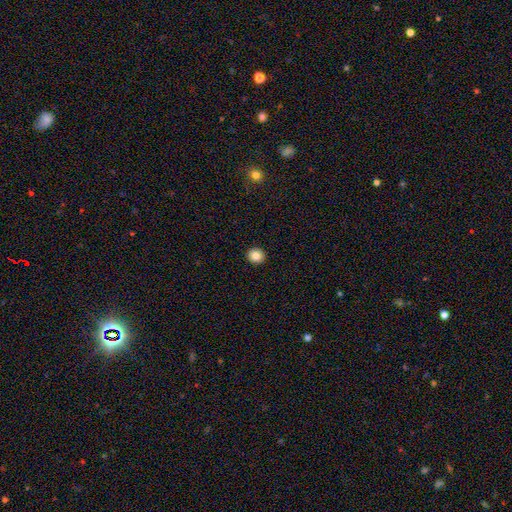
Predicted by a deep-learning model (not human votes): Smooth or featured?
  - smooth: 85% *
  - star or artifact: 10%
  - featured or disk: 5%
How rounded?
  - round: 87% *
  - in between: 12%
  - cigar-shaped: 1%
Merging?
  - none: 93% *
  - minor disturbance: 4%
  - major disturbance: 1%
  - merger: 1%